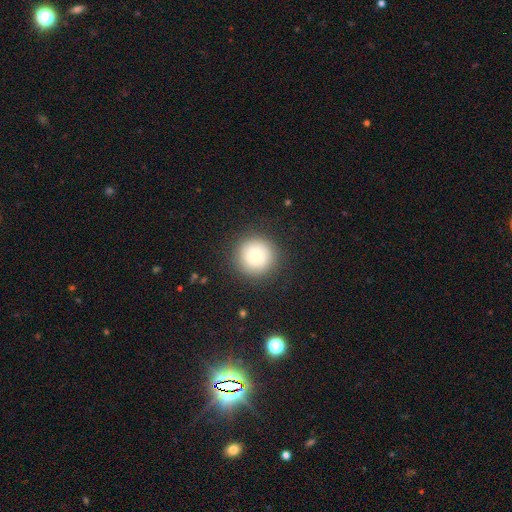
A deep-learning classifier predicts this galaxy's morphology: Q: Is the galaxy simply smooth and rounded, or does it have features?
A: smooth — 76%.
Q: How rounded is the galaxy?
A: round — 96%.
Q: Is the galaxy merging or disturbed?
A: none — 88%.